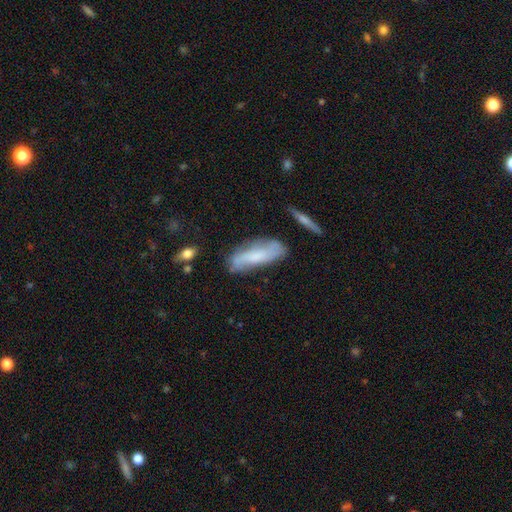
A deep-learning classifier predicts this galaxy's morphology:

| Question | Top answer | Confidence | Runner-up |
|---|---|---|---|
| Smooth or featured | smooth | 47% | featured or disk (44%) |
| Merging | none | 65% | minor disturbance (23%) |